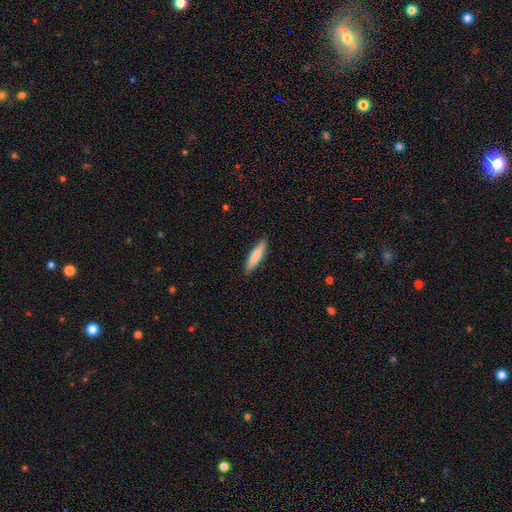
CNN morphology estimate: A smooth galaxy with no disk features (79%) that is cigar-shaped (83%). Merging: none (89%).